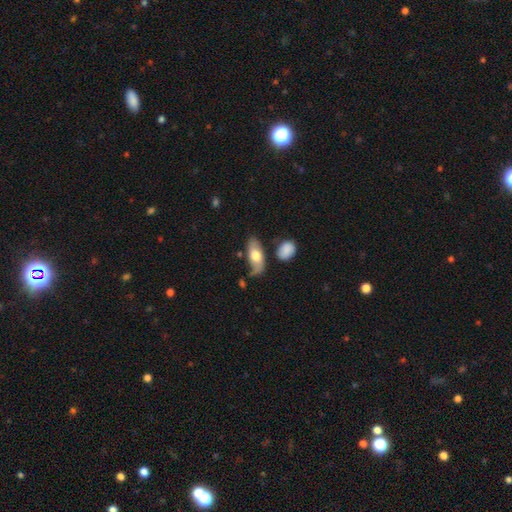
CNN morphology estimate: Overall: smooth (60%; featured or disk 34%). How rounded: in between (87%). Merging: none (56%; minor disturbance 26%).